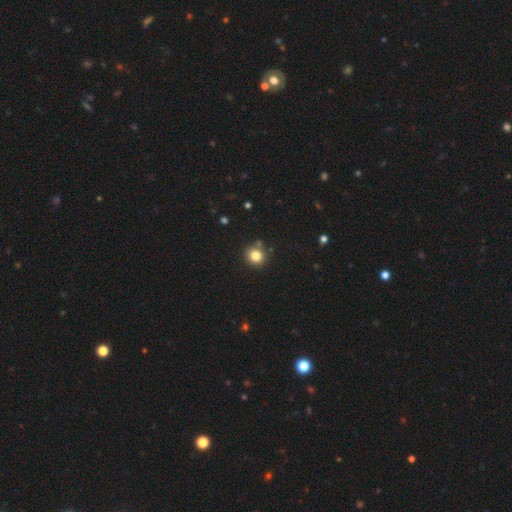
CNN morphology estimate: Q: Smooth or featured?
A: smooth (82%); runner-up: star or artifact (12%)
Q: How rounded?
A: round (84%); runner-up: in between (15%)
Q: Merging?
A: none (80%); runner-up: minor disturbance (10%)